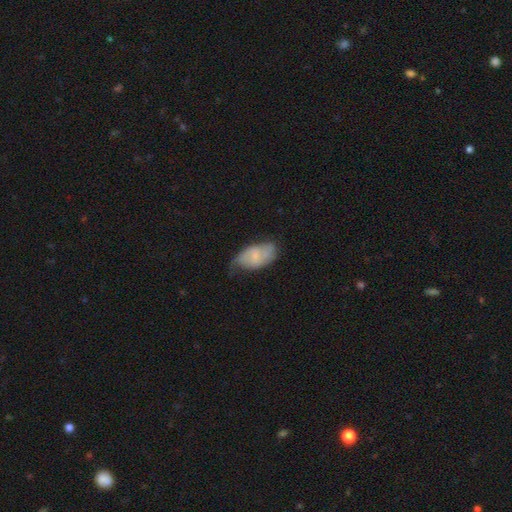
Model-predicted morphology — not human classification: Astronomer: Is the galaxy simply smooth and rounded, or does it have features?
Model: smooth — 47% (runner-up: featured or disk, 46%).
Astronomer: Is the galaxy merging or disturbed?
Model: none — 47% (runner-up: minor disturbance, 38%).